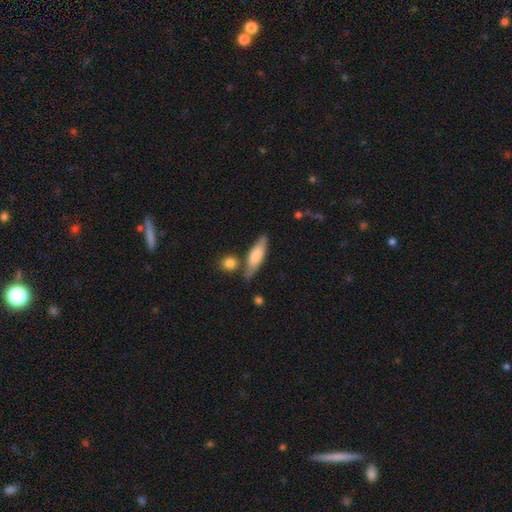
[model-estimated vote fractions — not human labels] A smooth galaxy with no disk features (69%) that is cigar-shaped (52%).

Vote fractions:
- Smooth or featured? smooth: 69% / featured or disk: 25% / star or artifact: 6%
- How rounded? cigar-shaped: 52% / in between: 45% / round: 3%
- Merging? none: 68% / minor disturbance: 17% / merger: 11% / major disturbance: 4%